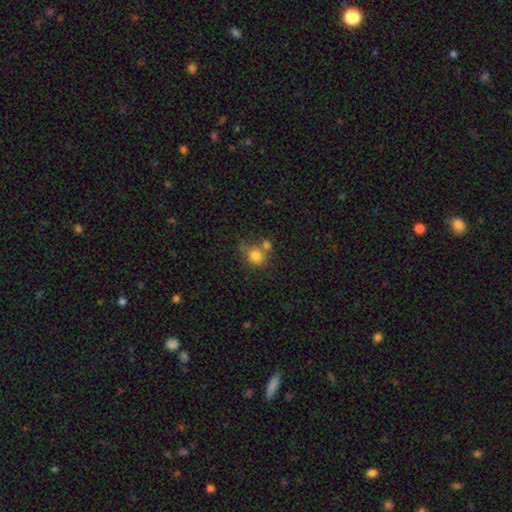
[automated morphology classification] smooth 79%, star or artifact 11%, featured or disk 10%. Down the decision tree: how rounded — round (75%); merging — none (42%).